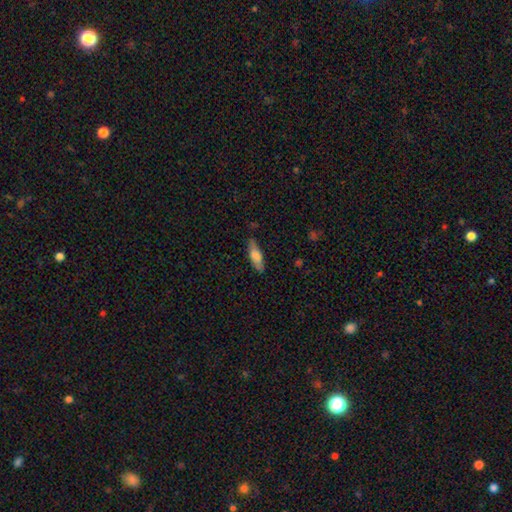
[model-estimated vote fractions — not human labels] This appears to be a smooth galaxy with no disk features (74%) that is in between round and cigar-shaped (54%). Merging: none (77%).